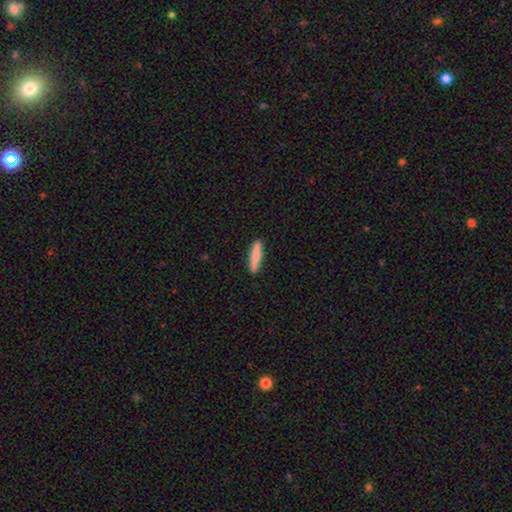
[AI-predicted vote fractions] smooth_or_featured: smooth (p=0.79) [alt: featured or disk p=0.16]
how_rounded: cigar-shaped (p=0.87) [alt: in between p=0.11]
merging: none (p=0.91) [alt: minor disturbance p=0.07]